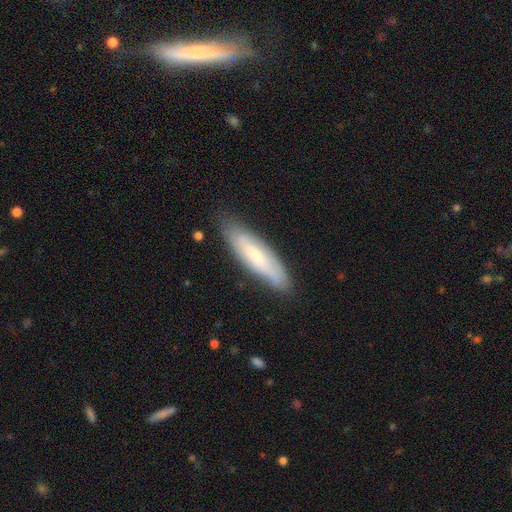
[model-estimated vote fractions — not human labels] Smooth or featured? smooth (59%)
How rounded? cigar-shaped (66%)
Merging? none (81%)